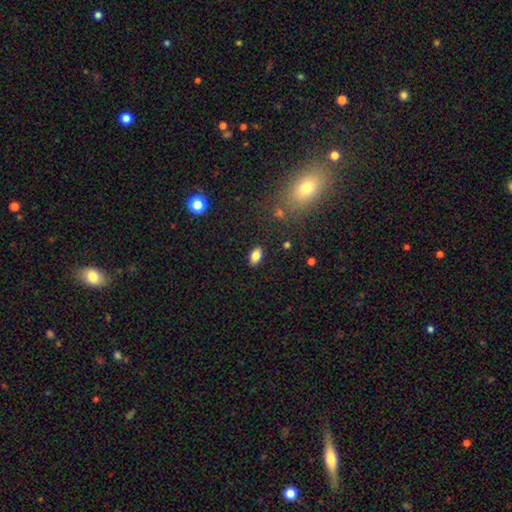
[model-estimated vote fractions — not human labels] smooth_or_featured: smooth (p=0.83) [alt: star or artifact p=0.10]
how_rounded: in between (p=0.90) [alt: round p=0.08]
merging: none (p=0.87) [alt: minor disturbance p=0.09]